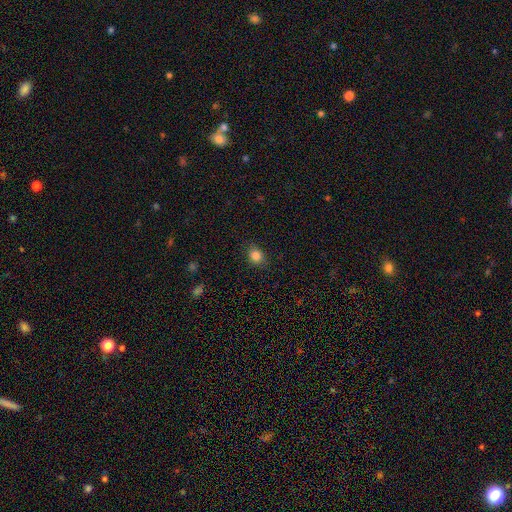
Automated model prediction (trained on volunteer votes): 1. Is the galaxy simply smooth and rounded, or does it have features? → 84% smooth, 11% star or artifact, 5% featured or disk.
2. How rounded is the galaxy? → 60% round, 38% in between, 1% cigar-shaped.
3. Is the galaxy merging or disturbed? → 83% none, 12% minor disturbance, 3% major disturbance, 1% merger.